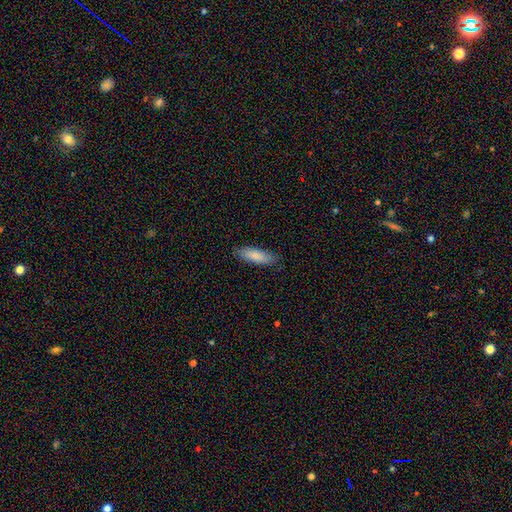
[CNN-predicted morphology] Smooth or featured?
  - smooth: 85% *
  - featured or disk: 9%
  - star or artifact: 6%
How rounded?
  - in between: 53% *
  - cigar-shaped: 45%
  - round: 1%
Merging?
  - none: 86% *
  - minor disturbance: 11%
  - major disturbance: 2%
  - merger: 1%